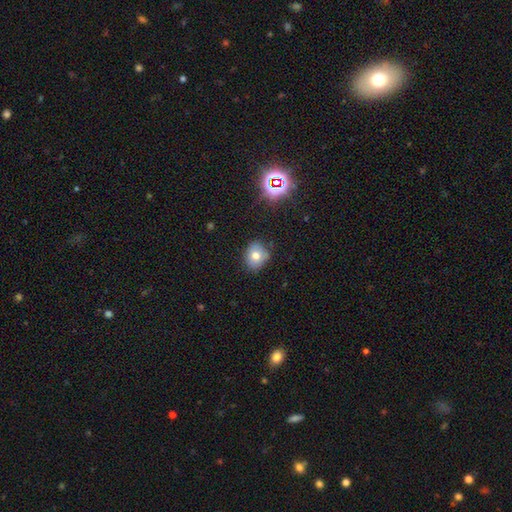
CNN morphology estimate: This appears to be a smooth galaxy with no disk features (72%) that is round (60%). Merging: none (76%).